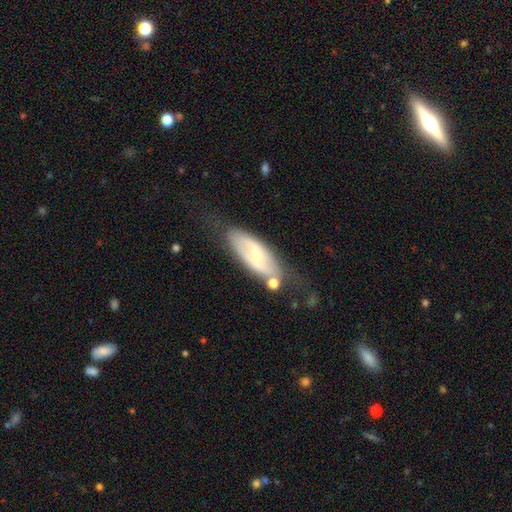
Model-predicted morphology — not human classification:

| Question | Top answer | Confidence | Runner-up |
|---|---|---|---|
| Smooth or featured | featured or disk | 56% | smooth (38%) |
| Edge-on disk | no | 82% | yes (18%) |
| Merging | none | 58% | minor disturbance (24%) |